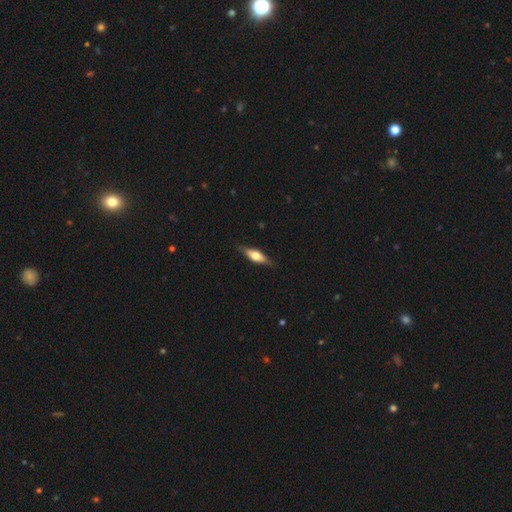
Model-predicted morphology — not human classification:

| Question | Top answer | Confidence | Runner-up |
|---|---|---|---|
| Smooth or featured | featured or disk | 50% | smooth (44%) |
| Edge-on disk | yes | 90% | no (10%) |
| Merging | none | 83% | minor disturbance (13%) |